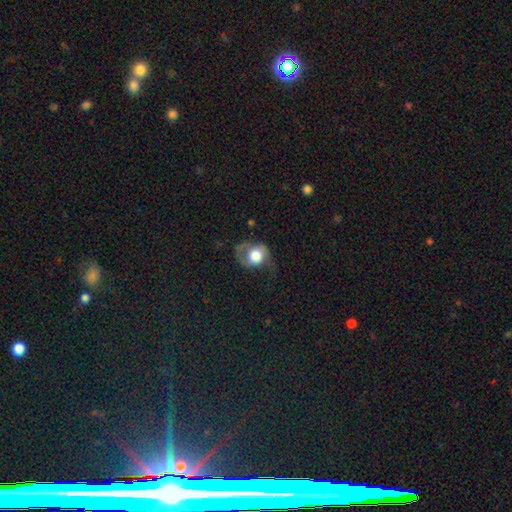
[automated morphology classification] Smooth or featured? Predicted: smooth (p=0.50). Merging? Predicted: none (p=0.37).